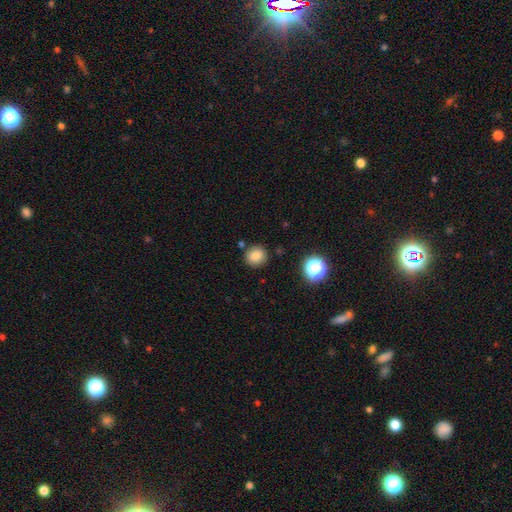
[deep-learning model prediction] A smooth galaxy with no disk features (83%) that is round (87%). Merging: none (85%).